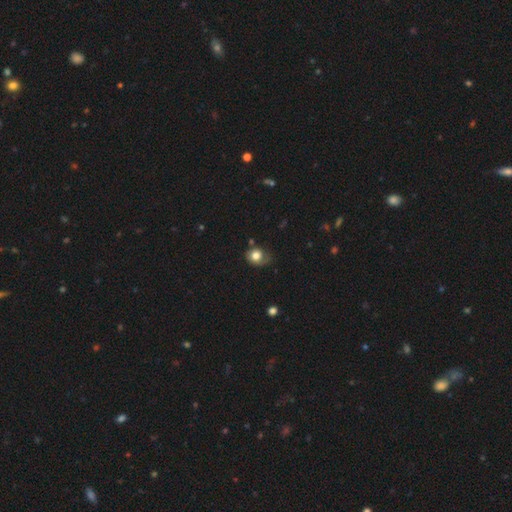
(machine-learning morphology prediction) Q: Smooth or featured?
A: smooth (75%); runner-up: featured or disk (15%)
Q: How rounded?
A: round (61%); runner-up: in between (38%)
Q: Merging?
A: none (51%); runner-up: minor disturbance (32%)